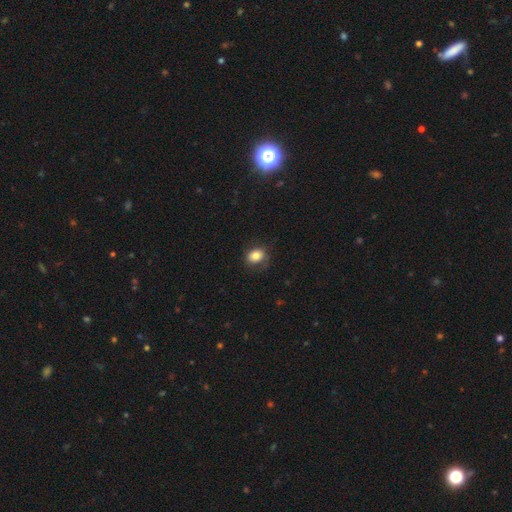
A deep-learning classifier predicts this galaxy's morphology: smooth_or_featured: smooth (p=0.81) [alt: star or artifact p=0.09]
how_rounded: in between (p=0.54) [alt: round p=0.45]
merging: none (p=0.75) [alt: minor disturbance p=0.18]